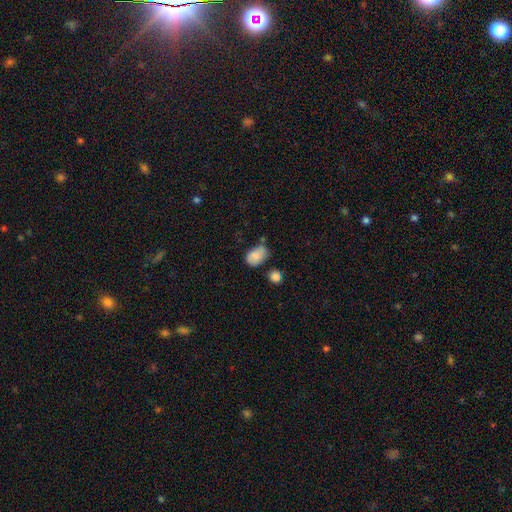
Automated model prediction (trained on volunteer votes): smooth-or-featured: smooth: 80% | featured or disk: 12% | star or artifact: 8%
  how-rounded: in between: 82% | round: 17% | cigar-shaped: 1%
  merging: none: 51% | minor disturbance: 33% | merger: 9% | major disturbance: 7%